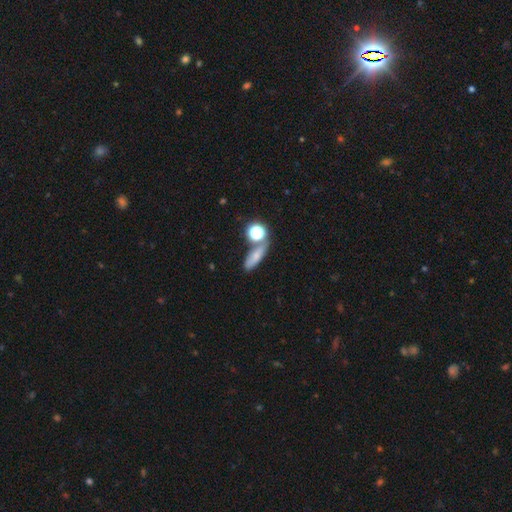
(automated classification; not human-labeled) smooth 67%, star or artifact 17%, featured or disk 16%. Down the decision tree: how rounded — in between (46%); merging — none (57%).